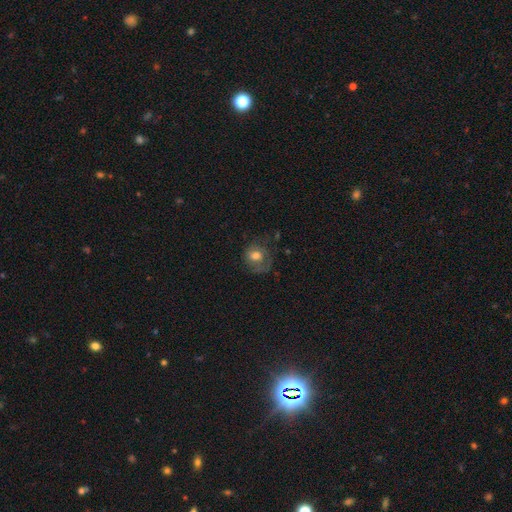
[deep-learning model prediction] Overall: smooth (57%; featured or disk 34%). How rounded: round (74%). Merging: none (51%; minor disturbance 24%).